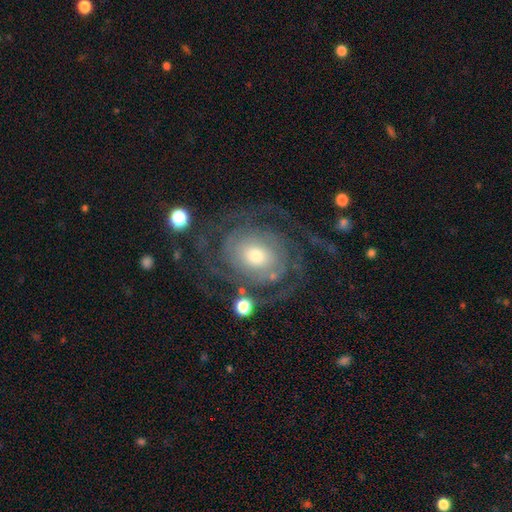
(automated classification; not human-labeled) smooth-or-featured: featured or disk: 86% | smooth: 8% | star or artifact: 6%
  disk-edge-on: no: 97% | yes: 3%
    bar: no: 75% | weak: 18% | strong: 6%
    has-spiral-arms: yes: 94% | no: 6%
      spiral-winding: tight: 64% | medium: 27% | loose: 10%
      spiral-arm-count: 2: 44% | can't tell: 22% | 3: 14% | 4: 7% | 1: 7% | more than 4: 6%
    bulge-size: small: 49% | moderate: 40% | large: 7% | dominant: 2% | none: 1%
  merging: none: 69% | major disturbance: 16% | minor disturbance: 13% | merger: 2%